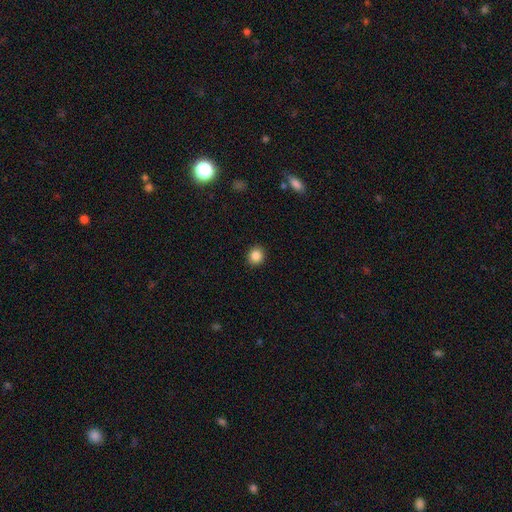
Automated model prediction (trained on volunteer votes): A smooth galaxy with no disk features (86%) that is round (83%).

Vote fractions:
- Smooth or featured? smooth: 86% / star or artifact: 10% / featured or disk: 4%
- How rounded? round: 83% / in between: 16% / cigar-shaped: 1%
- Merging? none: 92% / minor disturbance: 6% / major disturbance: 2% / merger: 1%